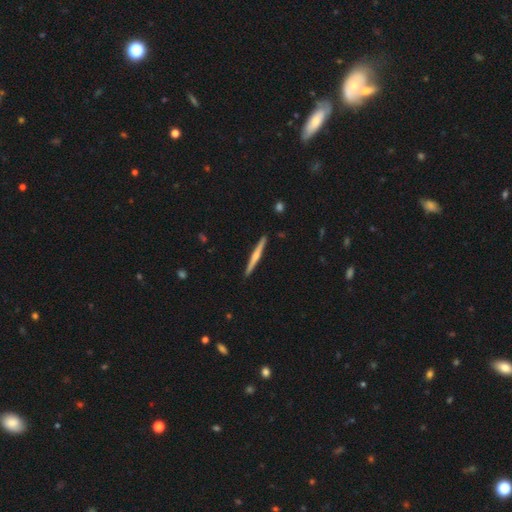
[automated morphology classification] This appears to be a featured or disk galaxy (63%) viewed edge-on (98%) with a rounded central bulge (71%). Merging: none (92%).